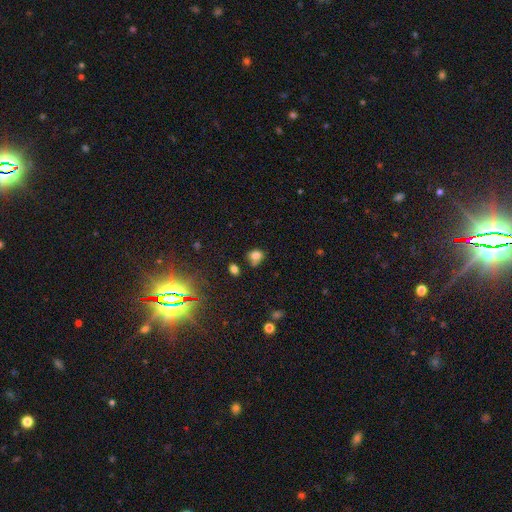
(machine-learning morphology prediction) type=smooth (74%); roundness=in between (55%); merging=none (45%).